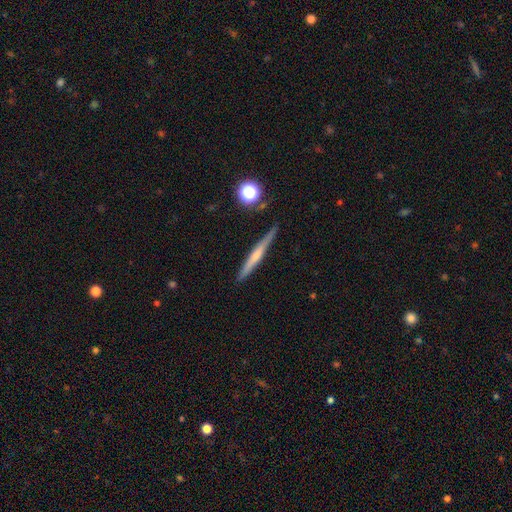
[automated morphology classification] featured or disk 58%, smooth 35%, star or artifact 7%. Down the decision tree: edge-on disk — yes (97%); edge-on bulge — rounded (56%); merging — none (88%).